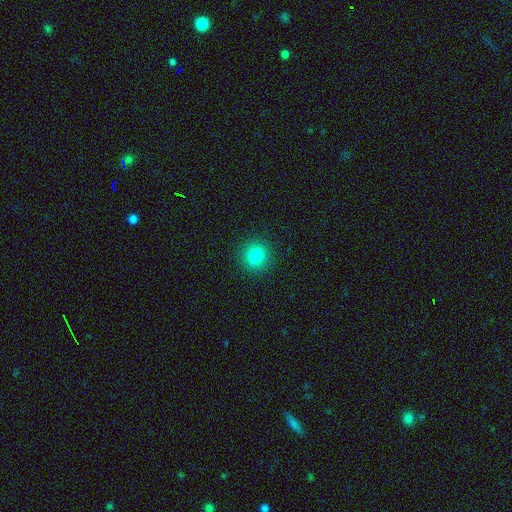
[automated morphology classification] Smooth or featured: smooth — 82% (star or artifact — 12%)
How rounded: round — 90% (in between — 9%)
Merging: none — 91% (minor disturbance — 6%)